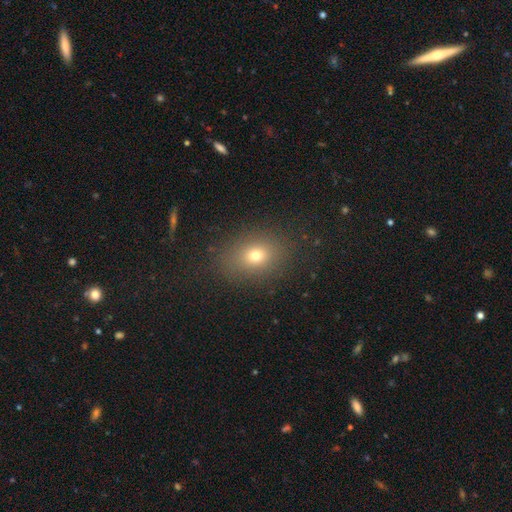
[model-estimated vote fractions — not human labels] Smooth or featured? smooth (71%)
How rounded? in between (57%)
Merging? none (84%)